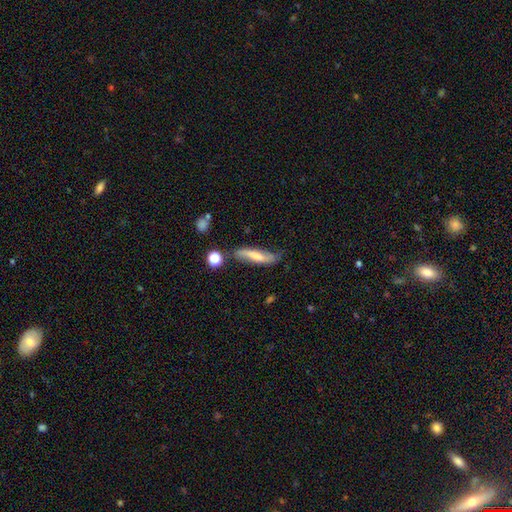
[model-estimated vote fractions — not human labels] Morphology: type=featured or disk (49%); merging=none (53%).